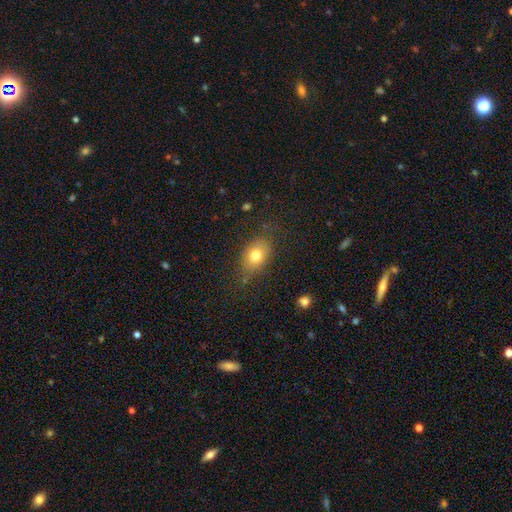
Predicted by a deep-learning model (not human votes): This appears to be a smooth galaxy with no disk features (75%) that is in between round and cigar-shaped (70%). Merging: none (74%).